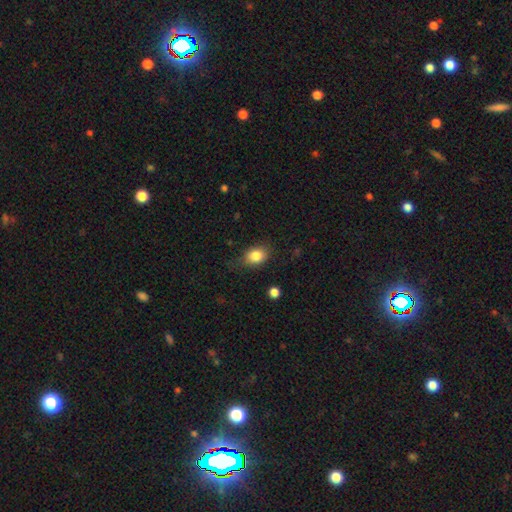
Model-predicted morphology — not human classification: Smooth or featured: smooth — 83% (star or artifact — 9%)
How rounded: in between — 66% (round — 32%)
Merging: none — 73% (minor disturbance — 21%)